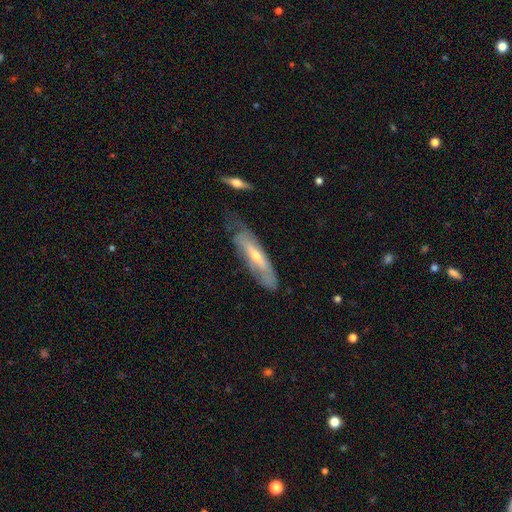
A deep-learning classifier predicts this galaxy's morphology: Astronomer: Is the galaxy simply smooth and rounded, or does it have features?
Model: featured or disk — 65%.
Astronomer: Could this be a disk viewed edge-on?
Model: no — 52% (runner-up: yes, 48%).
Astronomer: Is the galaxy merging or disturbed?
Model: none — 60%.